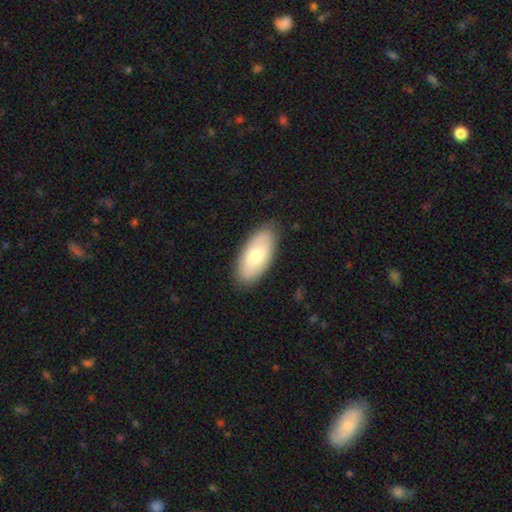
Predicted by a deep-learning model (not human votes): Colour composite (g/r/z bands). It shows a smooth galaxy with no disk features (65%) that is in between round and cigar-shaped (92%). Merging: none (87%).